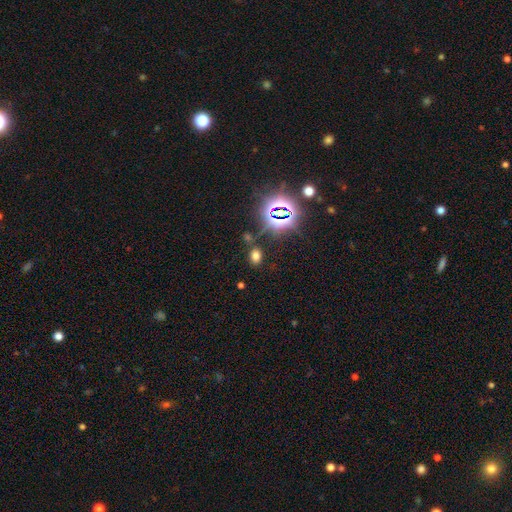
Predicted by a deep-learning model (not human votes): Morphology: type=smooth (61%); roundness=in between (78%); merging=none (79%).